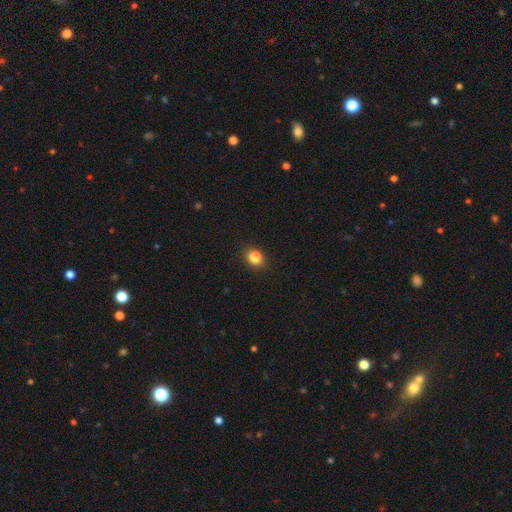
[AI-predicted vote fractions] smooth_or_featured: smooth (p=0.83) [alt: star or artifact p=0.12]
how_rounded: round (p=0.58) [alt: in between p=0.41]
merging: none (p=0.84) [alt: minor disturbance p=0.11]